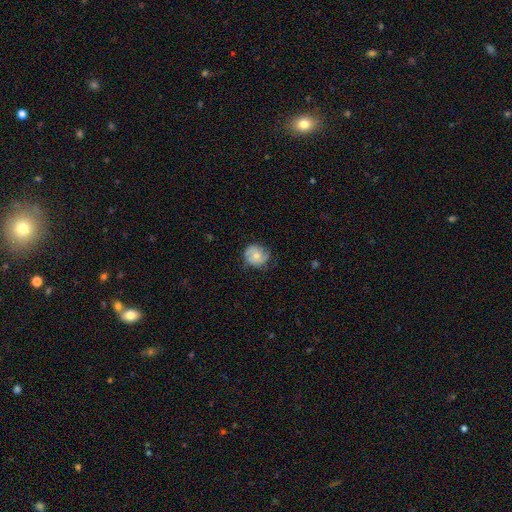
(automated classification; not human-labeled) smooth-or-featured: featured or disk: 49% | smooth: 44% | star or artifact: 7%
  merging: none: 67% | minor disturbance: 24% | major disturbance: 8% | merger: 1%